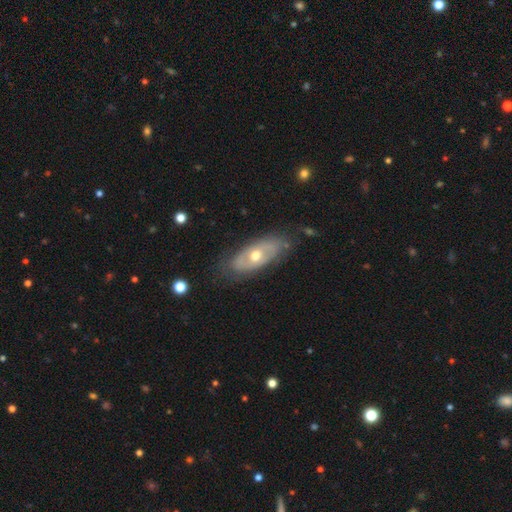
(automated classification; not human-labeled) smooth-or-featured: featured or disk: 63% | smooth: 31% | star or artifact: 5%
  disk-edge-on: no: 85% | yes: 15%
    bar: no: 81% | weak: 15% | strong: 5%
    has-spiral-arms: no: 65% | yes: 35%
    bulge-size: moderate: 76% | small: 16% | large: 6% | dominant: 1% | none: 1%
  merging: none: 75% | minor disturbance: 18% | major disturbance: 5% | merger: 2%